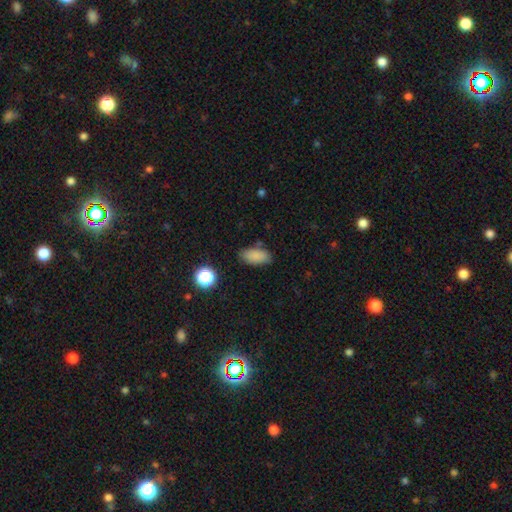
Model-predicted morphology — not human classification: A smooth galaxy with no disk features (84%) that is in between round and cigar-shaped (89%). Merging: none (80%).